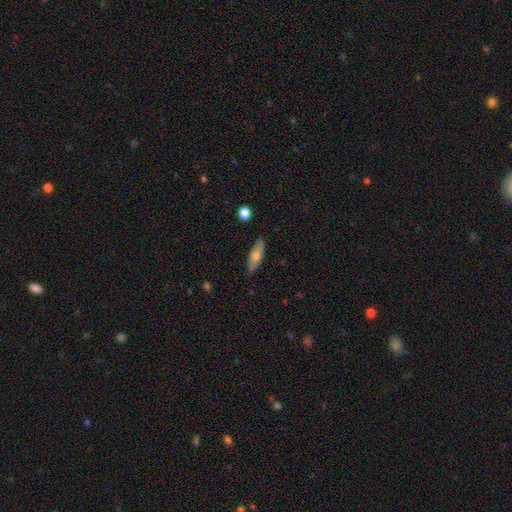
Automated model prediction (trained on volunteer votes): Smooth or featured? Predicted: smooth (p=0.58). How rounded? Predicted: in between (p=0.50). Merging? Predicted: none (p=0.86).